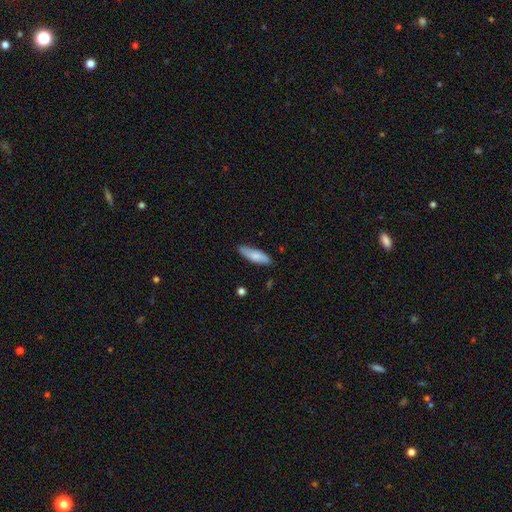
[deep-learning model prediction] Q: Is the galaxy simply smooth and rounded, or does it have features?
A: smooth — 78%.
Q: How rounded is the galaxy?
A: cigar-shaped — 51%.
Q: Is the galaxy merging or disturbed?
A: none — 85%.